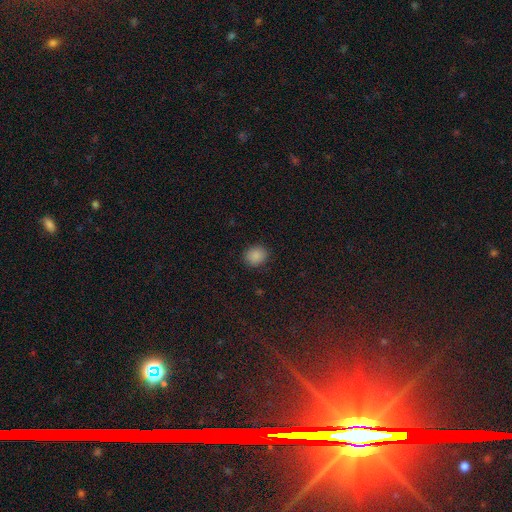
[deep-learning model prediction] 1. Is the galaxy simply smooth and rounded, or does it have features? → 87% smooth, 10% star or artifact, 3% featured or disk.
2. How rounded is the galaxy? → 79% round, 21% in between, 1% cigar-shaped.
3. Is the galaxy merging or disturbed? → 89% none, 8% minor disturbance, 2% major disturbance, 1% merger.